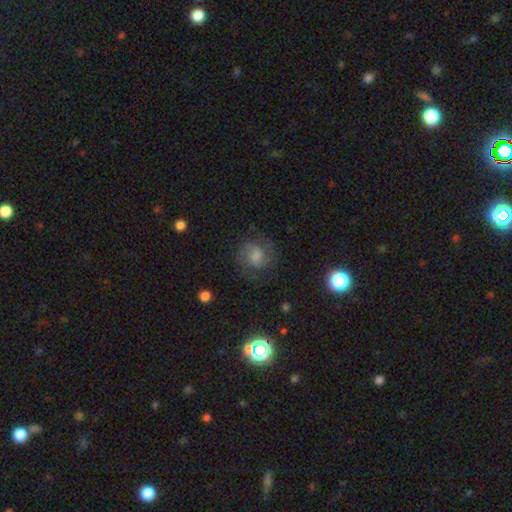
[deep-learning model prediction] Overall: featured or disk (57%; smooth 27%). Edge-on disk: no (98%). Bar: no (58%; weak 35%). Spiral arms: yes (92%). Spiral arm count: 2 (73%). Spiral winding: medium (46%; tight 41%). Bulge size: moderate (42%; small 30%). Merging: none (78%).